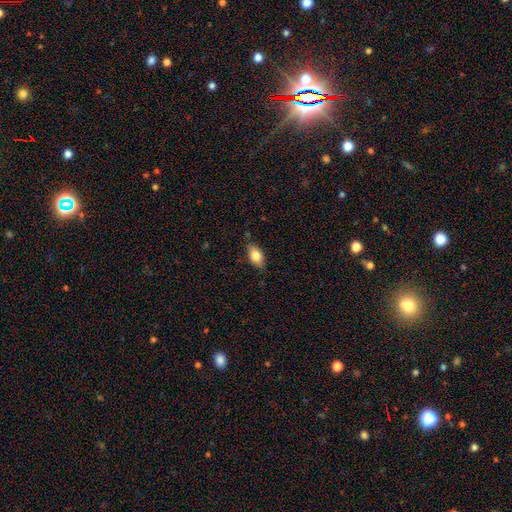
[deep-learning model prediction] A smooth galaxy with no disk features (78%) that is in between round and cigar-shaped (87%). Merging: none (77%).